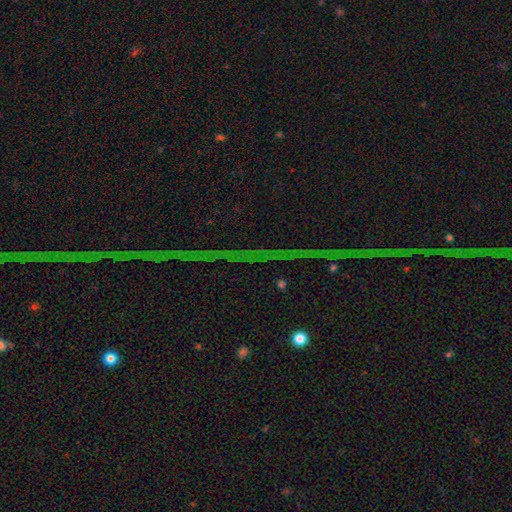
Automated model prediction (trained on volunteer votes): Morphology: type=star or artifact (85%).